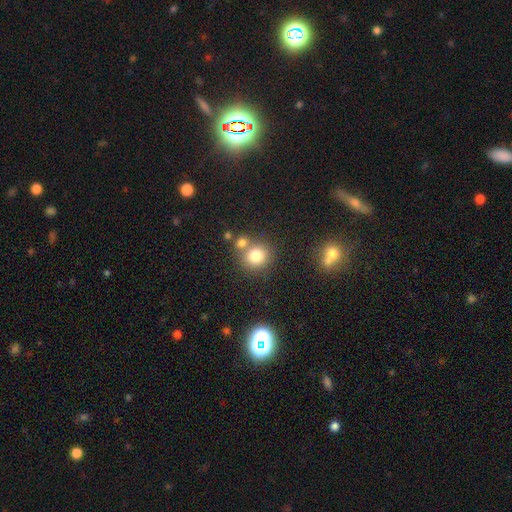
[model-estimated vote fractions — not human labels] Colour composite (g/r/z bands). It shows a smooth galaxy with no disk features (79%) that is round (83%). Merging: none (61%).